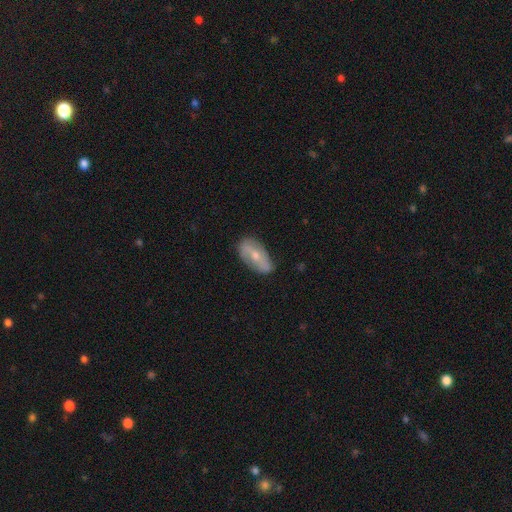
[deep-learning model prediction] Smooth or featured?
  - featured or disk: 56% *
  - smooth: 37%
  - star or artifact: 7%
Edge-on disk?
  - no: 89% *
  - yes: 11%
Bar?
  - no: 39% *
  - weak: 36%
  - strong: 25%
Spiral arms?
  - yes: 66% *
  - no: 34%
Bulge size?
  - moderate: 54% *
  - small: 41%
  - large: 2%
  - none: 2%
  - dominant: 1%
Merging?
  - none: 73% *
  - minor disturbance: 21%
  - major disturbance: 5%
  - merger: 1%